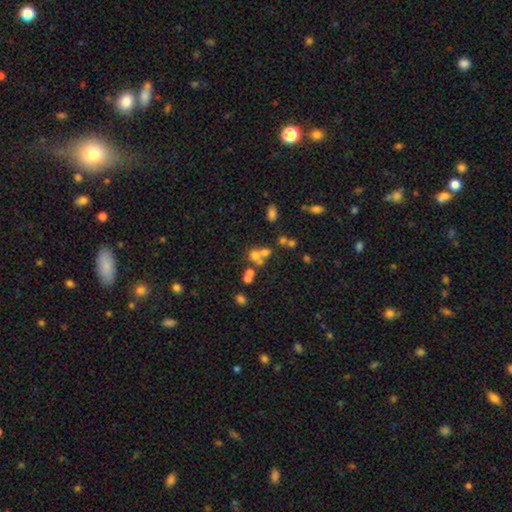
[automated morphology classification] A smooth galaxy with no disk features (53%) that is round (75%).

Vote fractions:
- Smooth or featured? smooth: 53% / featured or disk: 25% / star or artifact: 21%
- How rounded? round: 75% / in between: 23% / cigar-shaped: 1%
- Merging? merger: 51% / none: 35% / minor disturbance: 8% / major disturbance: 6%